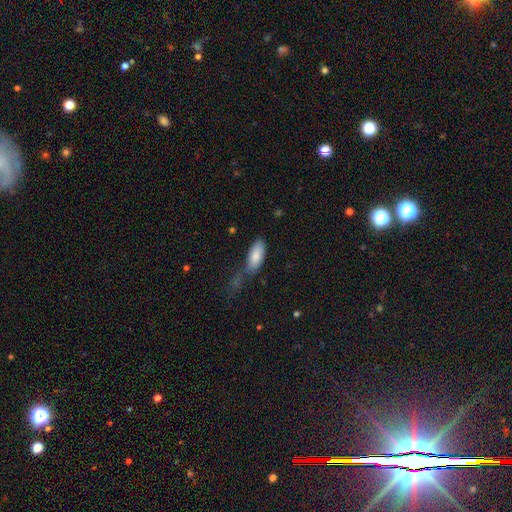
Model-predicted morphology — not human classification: This is clearly a smooth galaxy (84%). How rounded: clearly in between (85%). Merging: marginally none (41%).